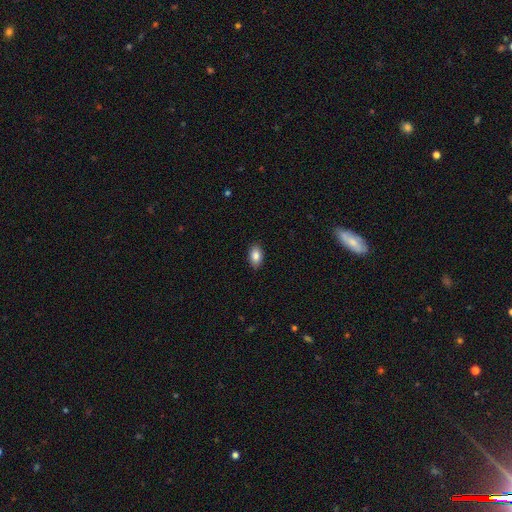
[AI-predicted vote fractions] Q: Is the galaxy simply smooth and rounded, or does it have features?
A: smooth — 86%.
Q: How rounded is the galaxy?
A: in between — 89%.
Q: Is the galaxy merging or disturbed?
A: none — 87%.